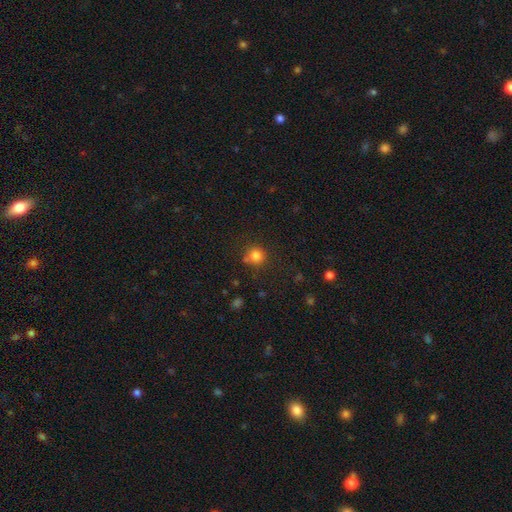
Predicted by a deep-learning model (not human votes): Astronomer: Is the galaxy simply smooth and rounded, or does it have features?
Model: smooth — 81%.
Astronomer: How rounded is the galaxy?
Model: round — 91%.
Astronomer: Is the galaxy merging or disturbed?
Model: none — 73%.